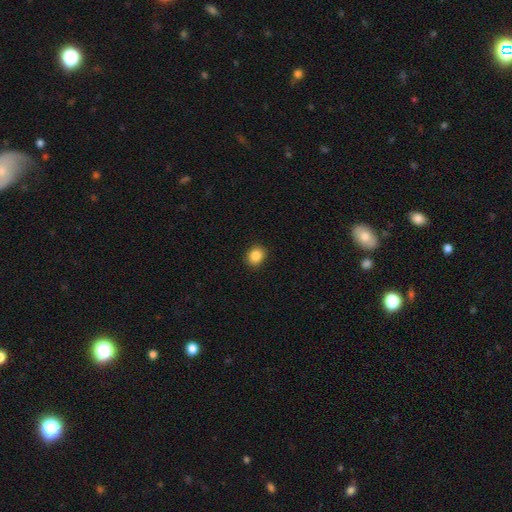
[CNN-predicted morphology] Overall: smooth (86%). How rounded: round (65%; in between 34%). Merging: none (90%).